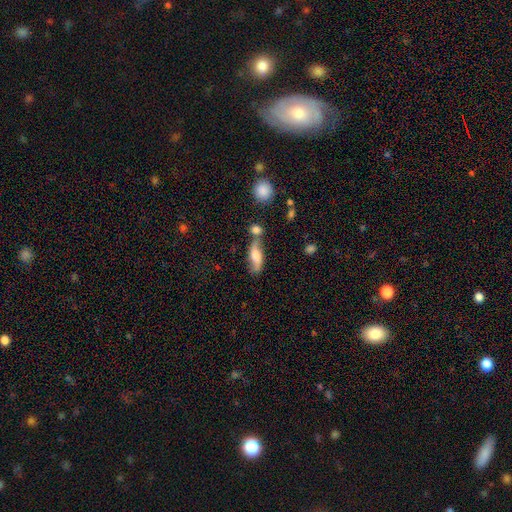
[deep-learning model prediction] featured or disk 50%, smooth 43%, star or artifact 8%. Down the decision tree: merging — none (56%).